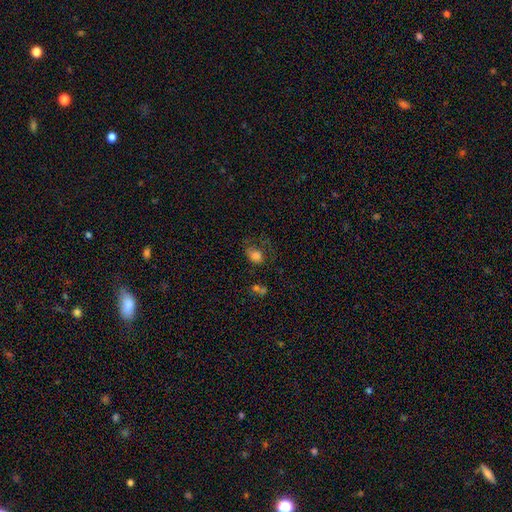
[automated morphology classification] type=smooth (74%); roundness=in between (67%); merging=none (38%).